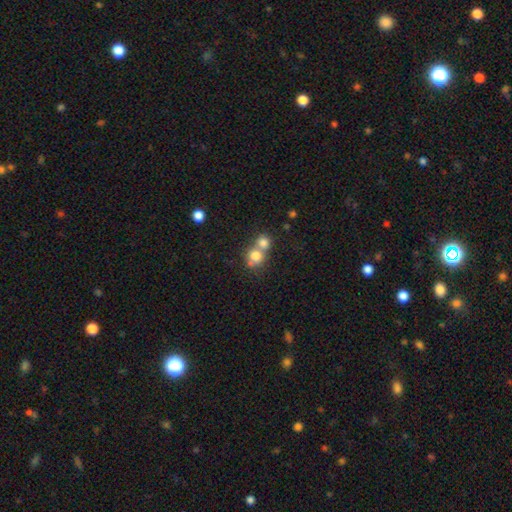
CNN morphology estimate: Smooth or featured? Predicted: smooth (p=0.76). How rounded? Predicted: round (p=0.80). Merging? Predicted: merger (p=0.59).